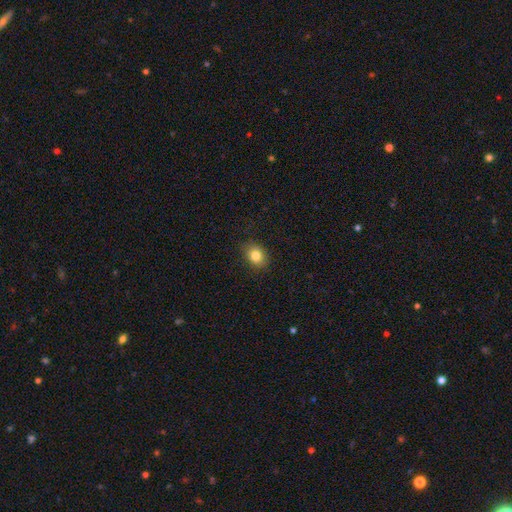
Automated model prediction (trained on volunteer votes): A smooth galaxy with no disk features (83%) that is in between round and cigar-shaped (57%).

Vote fractions:
- Smooth or featured? smooth: 83% / star or artifact: 10% / featured or disk: 7%
- How rounded? in between: 57% / round: 42% / cigar-shaped: 1%
- Merging? none: 86% / minor disturbance: 10% / major disturbance: 3% / merger: 1%